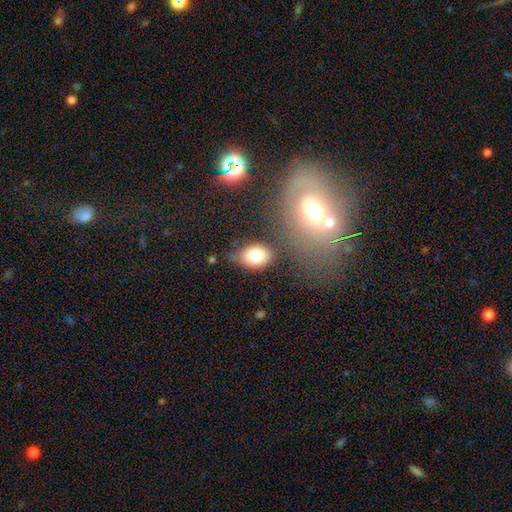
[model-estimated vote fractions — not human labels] smooth-or-featured: smooth: 78% | featured or disk: 12% | star or artifact: 9%
  how-rounded: in between: 71% | round: 27% | cigar-shaped: 1%
  merging: none: 65% | minor disturbance: 21% | merger: 8% | major disturbance: 6%